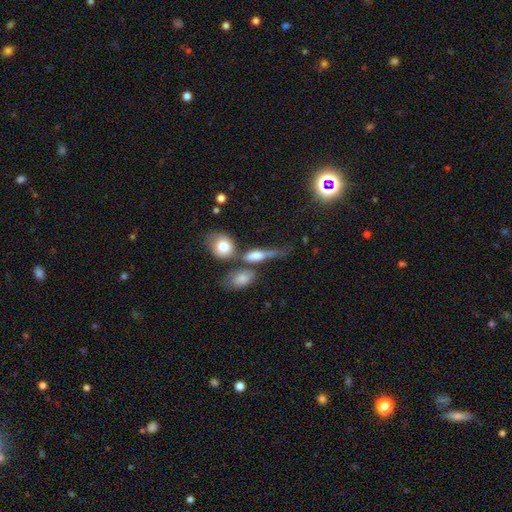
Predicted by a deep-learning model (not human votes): Morphology: type=smooth (60%); roundness=in between (49%); merging=none (42%).